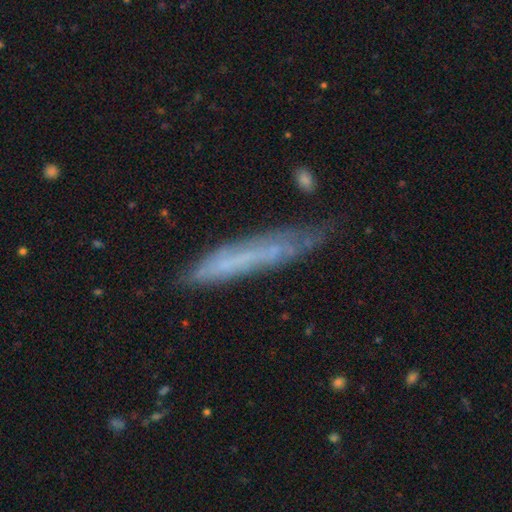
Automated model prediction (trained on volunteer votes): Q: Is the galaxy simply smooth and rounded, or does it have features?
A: featured or disk — 50%.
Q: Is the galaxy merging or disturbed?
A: none — 61%.